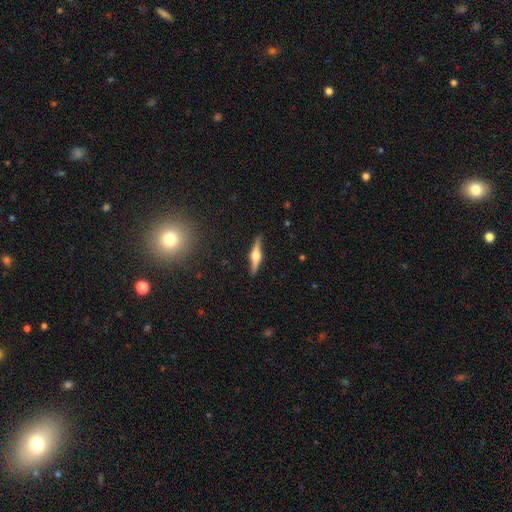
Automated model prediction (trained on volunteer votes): This appears to be a featured or disk galaxy (75%) viewed edge-on (97%) with a rounded central bulge (92%). Merging: none (89%).